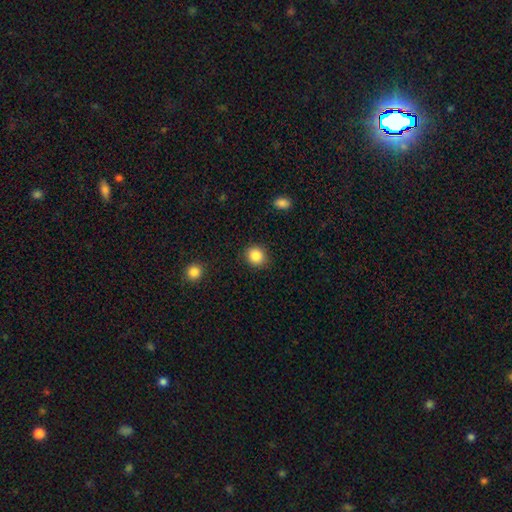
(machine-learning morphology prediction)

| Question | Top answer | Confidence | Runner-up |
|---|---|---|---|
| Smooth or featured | smooth | 87% | star or artifact (9%) |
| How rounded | round | 84% | in between (15%) |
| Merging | none | 89% | minor disturbance (7%) |